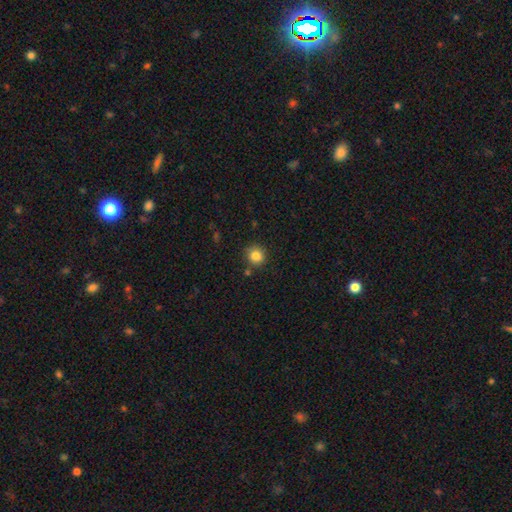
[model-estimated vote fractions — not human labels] Smooth or featured?
  - smooth: 84% *
  - star or artifact: 11%
  - featured or disk: 5%
How rounded?
  - round: 90% *
  - in between: 9%
  - cigar-shaped: 1%
Merging?
  - none: 82% *
  - minor disturbance: 11%
  - merger: 5%
  - major disturbance: 3%